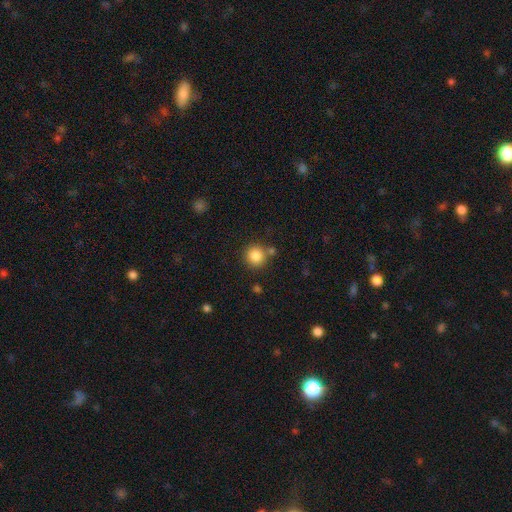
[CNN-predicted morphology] smooth 85%, star or artifact 10%, featured or disk 5%. Down the decision tree: how rounded — round (92%); merging — none (76%).